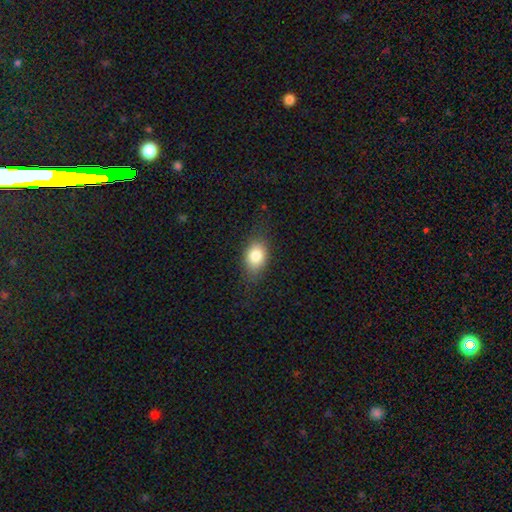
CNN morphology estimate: Smooth or featured?
  - smooth: 81% *
  - featured or disk: 10%
  - star or artifact: 9%
How rounded?
  - in between: 72% *
  - round: 26%
  - cigar-shaped: 2%
Merging?
  - none: 76% *
  - minor disturbance: 17%
  - major disturbance: 5%
  - merger: 1%